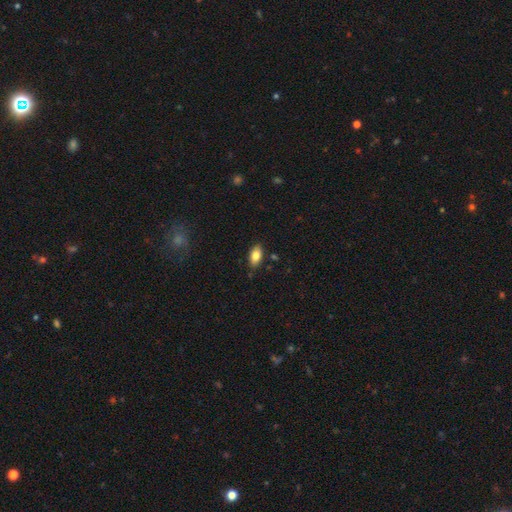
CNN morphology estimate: Smooth or featured: smooth — 82% (featured or disk — 11%)
How rounded: in between — 91% (cigar-shaped — 5%)
Merging: none — 83% (minor disturbance — 12%)